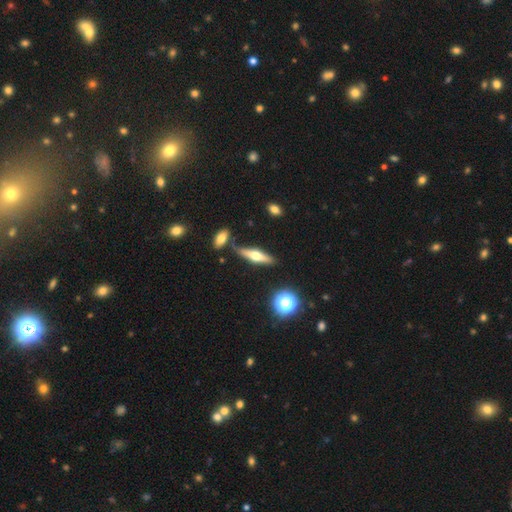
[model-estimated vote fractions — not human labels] A featured or disk galaxy (53%) viewed edge-on (91%).

Vote fractions:
- Smooth or featured? featured or disk: 53% / smooth: 39% / star or artifact: 8%
- Edge-on disk? yes: 91% / no: 9%
- Merging? none: 75% / minor disturbance: 12% / merger: 9% / major disturbance: 3%